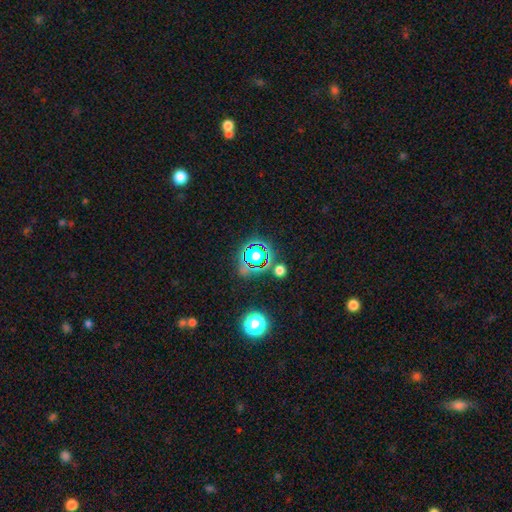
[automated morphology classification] Smooth or featured?
  - star or artifact: 53% *
  - smooth: 35%
  - featured or disk: 12%